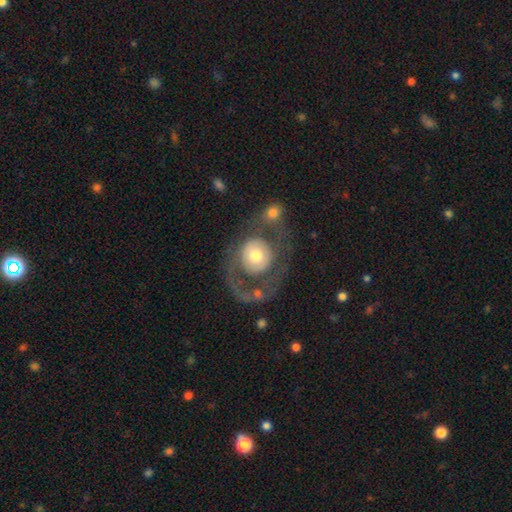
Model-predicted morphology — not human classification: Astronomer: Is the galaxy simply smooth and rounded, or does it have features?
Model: smooth — 47% (runner-up: featured or disk, 46%).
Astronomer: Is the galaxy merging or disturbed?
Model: major disturbance — 36% (runner-up: none, 33%).